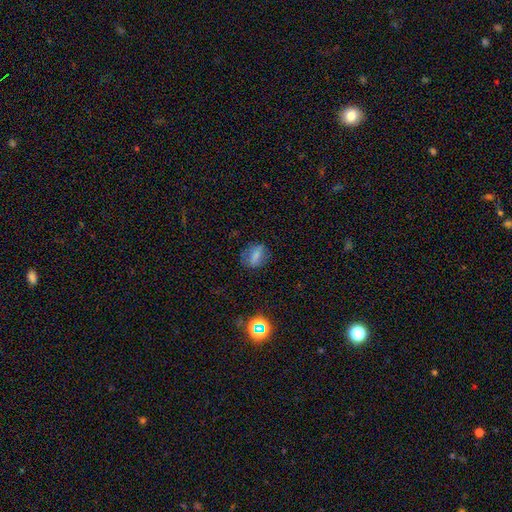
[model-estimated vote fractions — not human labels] smooth-or-featured: smooth: 71% | featured or disk: 15% | star or artifact: 14%
  how-rounded: in between: 64% | round: 31% | cigar-shaped: 5%
  merging: none: 75% | minor disturbance: 17% | major disturbance: 7% | merger: 1%